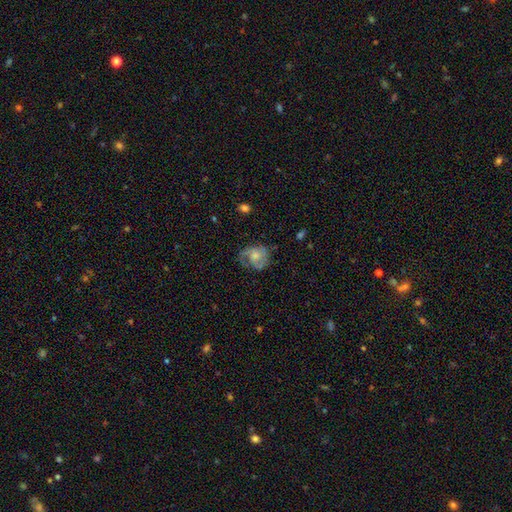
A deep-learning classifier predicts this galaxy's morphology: Smooth or featured? featured or disk (62%)
Edge-on disk? no (98%)
Bar? no (73%)
Spiral arms? yes (84%)
Spiral winding? medium (43%)
Spiral arm count? 2 (45%)
Bulge size? moderate (47%)
Merging? none (52%)